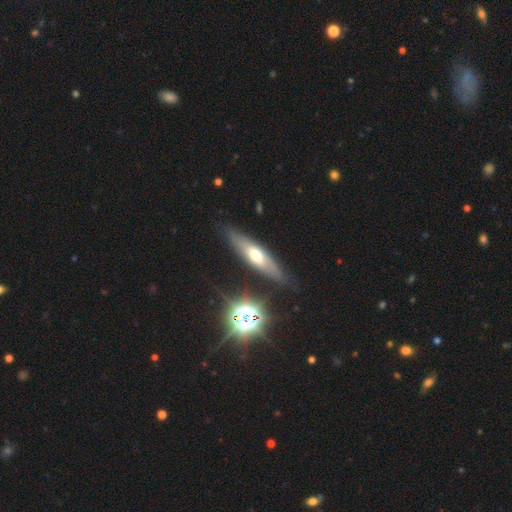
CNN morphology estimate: Smooth or featured? smooth (46%)
Merging? none (80%)